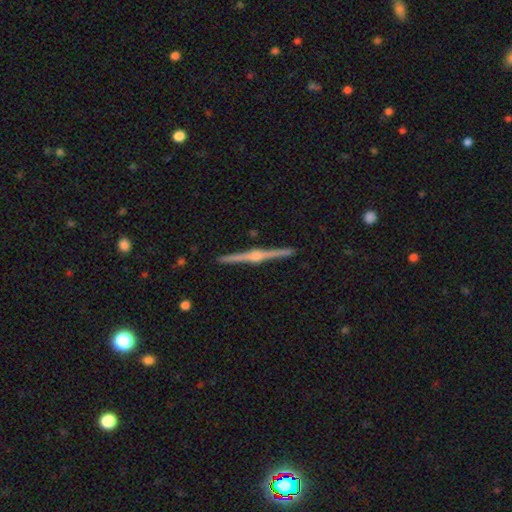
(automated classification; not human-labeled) This appears to be a featured or disk galaxy (86%) viewed edge-on (99%) with a rounded central bulge (89%). Merging: none (93%).